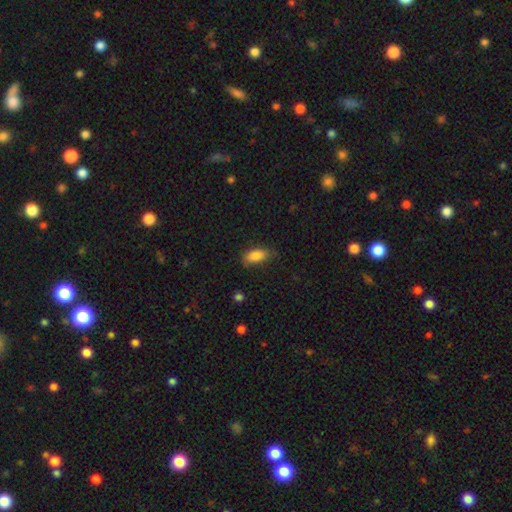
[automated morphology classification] Smooth or featured: smooth — 85% (featured or disk — 7%)
How rounded: in between — 87% (cigar-shaped — 10%)
Merging: none — 72% (minor disturbance — 22%)